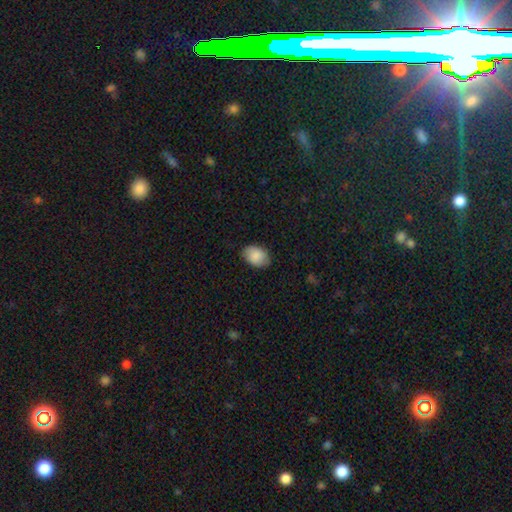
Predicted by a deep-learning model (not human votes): A smooth galaxy with no disk features (87%) that is in between round and cigar-shaped (84%). Merging: none (83%).